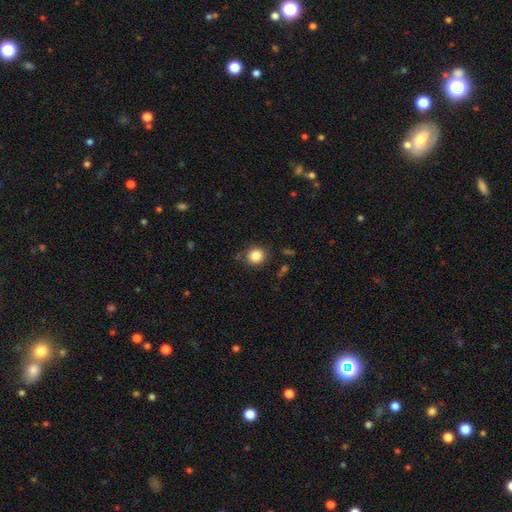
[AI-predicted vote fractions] This is clearly a smooth galaxy (85%). How rounded: clearly round (84%). Merging: clearly none (81%).